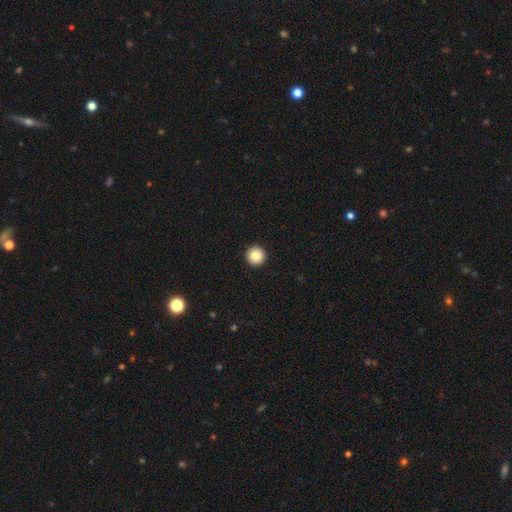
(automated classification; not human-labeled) Overall: smooth (85%). How rounded: round (97%). Merging: none (94%).